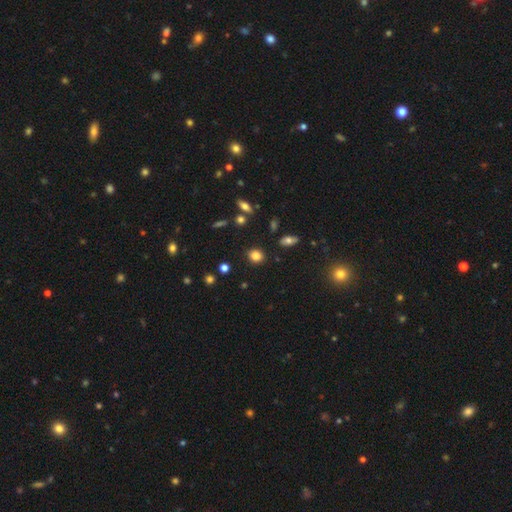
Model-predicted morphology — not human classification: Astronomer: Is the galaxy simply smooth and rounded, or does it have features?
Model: smooth — 83%.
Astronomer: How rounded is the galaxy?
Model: round — 67%.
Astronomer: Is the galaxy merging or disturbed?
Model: none — 86%.